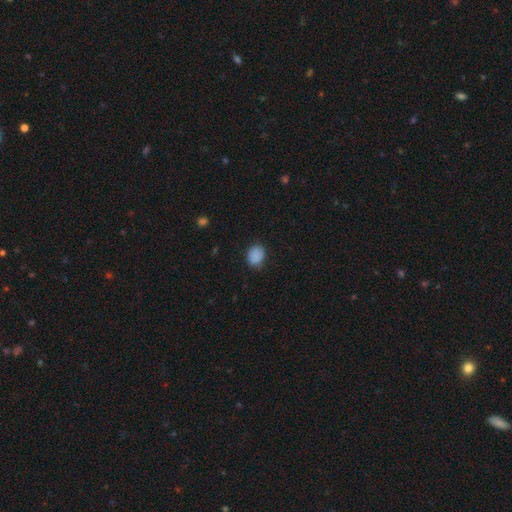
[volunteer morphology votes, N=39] smooth-or-featured: smooth: 85% | star or artifact: 10% | featured or disk: 5%
  how-rounded: round: 58% | in between: 39% | cigar-shaped: 3%
  merging: none: 77% | minor disturbance: 17% | major disturbance: 6% | merger: 0%